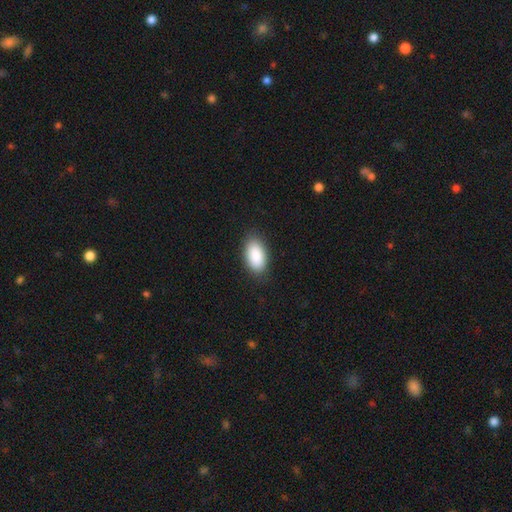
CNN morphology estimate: Smooth or featured? Predicted: smooth (p=0.90). How rounded? Predicted: in between (p=0.95). Merging? Predicted: none (p=0.86).